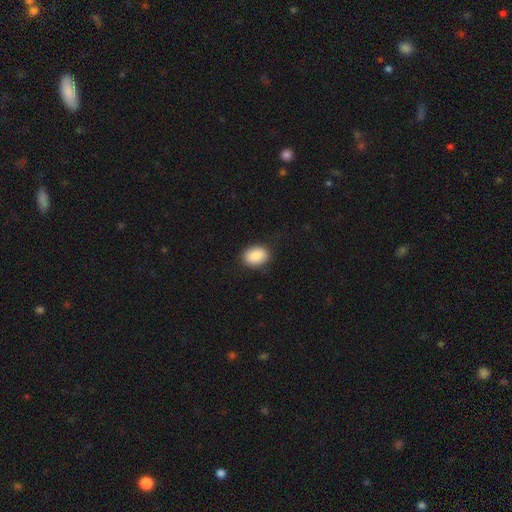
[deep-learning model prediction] Morphology: type=smooth (88%); roundness=in between (75%); merging=none (85%).